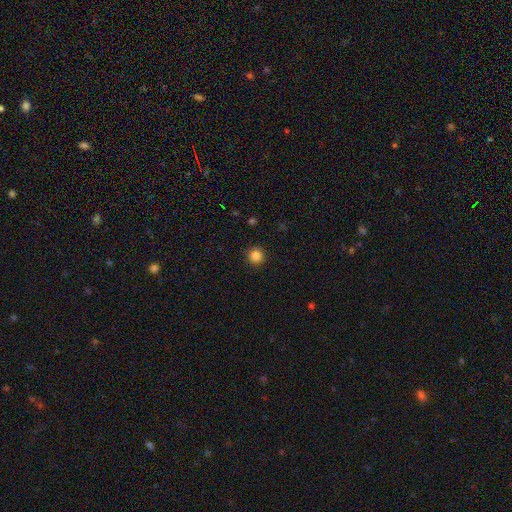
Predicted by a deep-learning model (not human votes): smooth 85%, star or artifact 11%, featured or disk 3%. Down the decision tree: how rounded — round (96%); merging — none (92%).